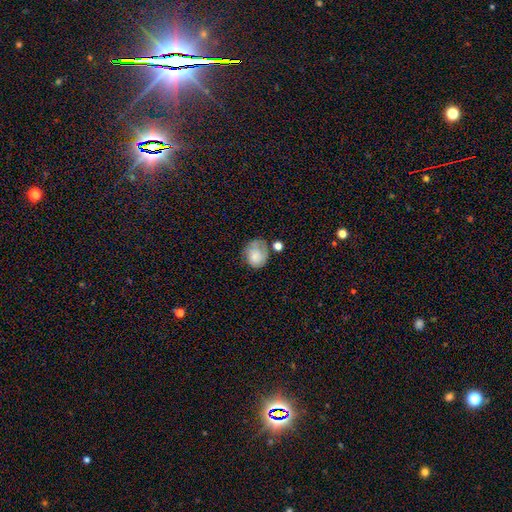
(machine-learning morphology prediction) Smooth or featured? Predicted: smooth (p=0.70). How rounded? Predicted: round (p=0.66). Merging? Predicted: none (p=0.45).